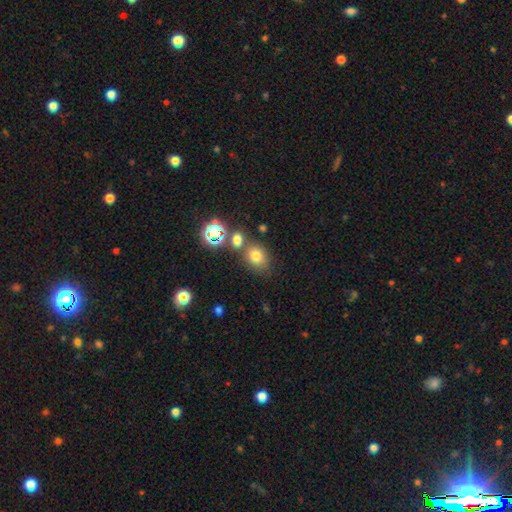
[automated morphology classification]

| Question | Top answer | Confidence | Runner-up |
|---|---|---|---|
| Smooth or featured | smooth | 72% | star or artifact (19%) |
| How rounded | round | 53% | in between (46%) |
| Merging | none | 63% | merger (20%) |